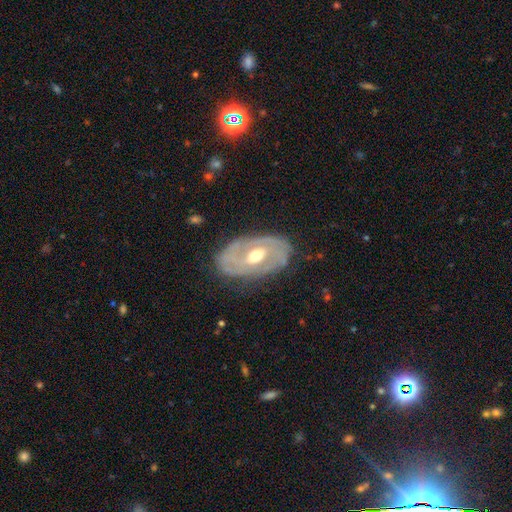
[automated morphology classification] A featured or disk galaxy (79%) with no bar (48%), 2 (43%) tight (60%) spiral arms (73%) and a moderate central bulge (75%).

Vote fractions:
- Smooth or featured? featured or disk: 79% / smooth: 16% / star or artifact: 5%
- Edge-on disk? no: 93% / yes: 7%
- Bar? no: 48% / weak: 38% / strong: 15%
- Spiral arms? yes: 73% / no: 27%
- Spiral winding? tight: 60% / medium: 29% / loose: 12%
- Spiral arm count? 2: 43% / can't tell: 38% / 3: 8% / 1: 6% / 4: 3% / more than 4: 3%
- Bulge size? moderate: 75% / small: 16% / large: 7% / dominant: 1% / none: 1%
- Merging? none: 74% / minor disturbance: 19% / major disturbance: 6% / merger: 1%